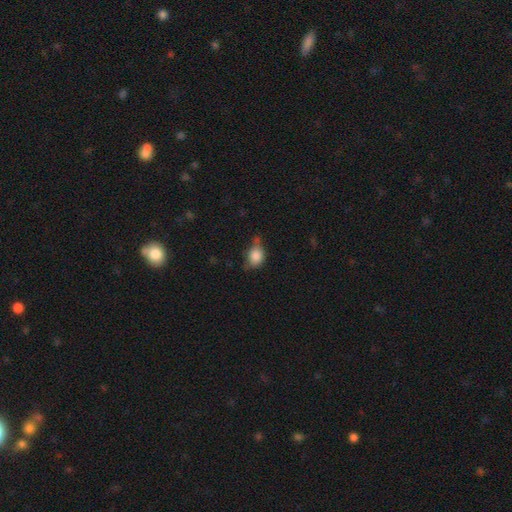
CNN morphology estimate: This is clearly a smooth galaxy (84%). How rounded: possibly round (49%, tied with in between). Merging: marginally none (45%).